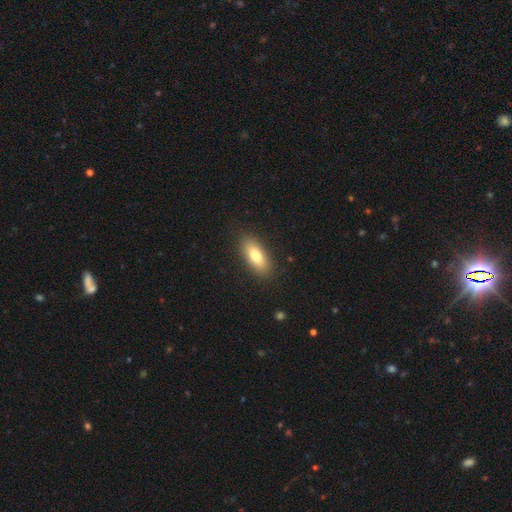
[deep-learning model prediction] Smooth or featured? Predicted: smooth (p=0.76). How rounded? Predicted: in between (p=0.81). Merging? Predicted: none (p=0.88).